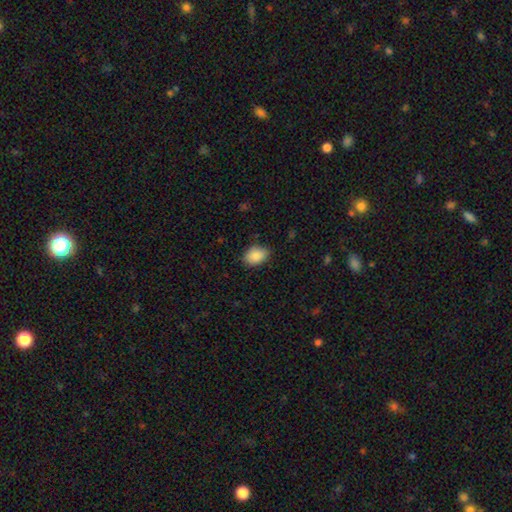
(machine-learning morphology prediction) A smooth galaxy with no disk features (88%) that is in between round and cigar-shaped (81%). Merging: none (81%).